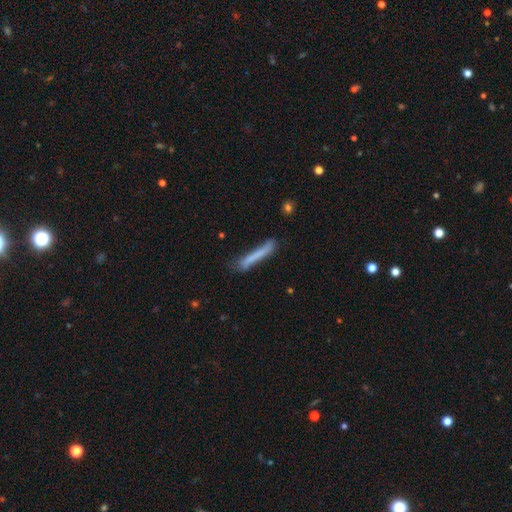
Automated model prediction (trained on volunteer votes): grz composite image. It shows a smooth galaxy with no disk features (67%) that is cigar-shaped (95%). Merging: none (66%).